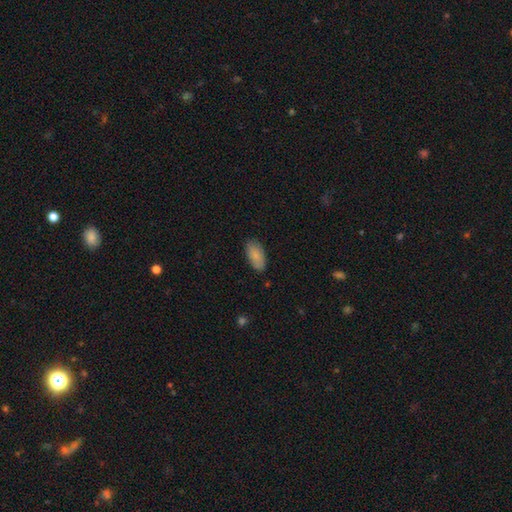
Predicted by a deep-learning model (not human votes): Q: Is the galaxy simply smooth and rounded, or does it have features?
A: smooth — 85%.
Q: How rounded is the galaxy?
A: in between — 93%.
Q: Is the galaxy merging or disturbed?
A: none — 84%.